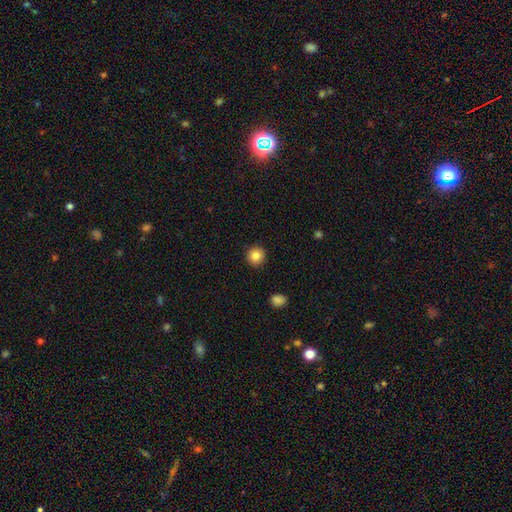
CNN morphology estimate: Smooth or featured? smooth (85%)
How rounded? round (94%)
Merging? none (92%)